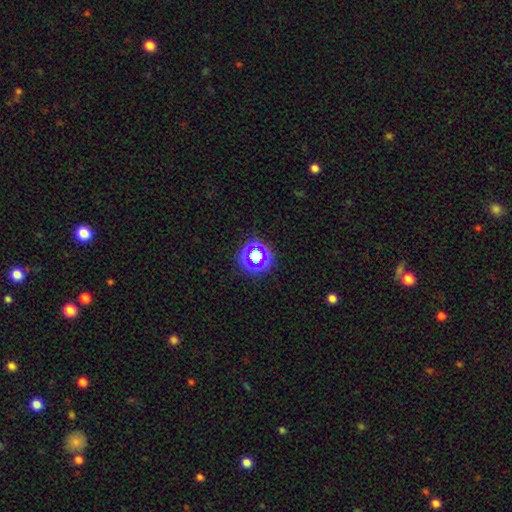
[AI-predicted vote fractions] Smooth or featured?
  - star or artifact: 58% *
  - smooth: 30%
  - featured or disk: 12%